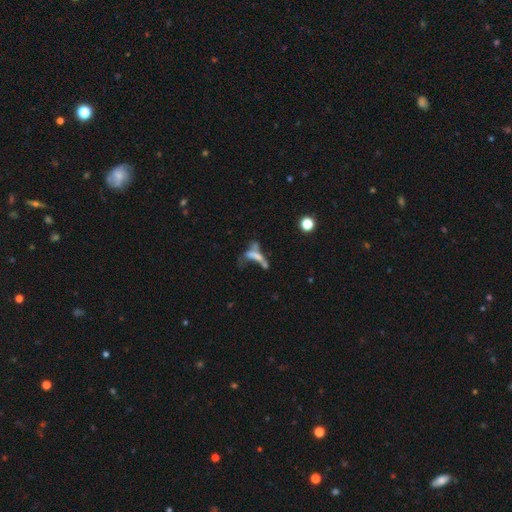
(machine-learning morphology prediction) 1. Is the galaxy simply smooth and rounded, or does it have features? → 43% smooth, 40% featured or disk, 17% star or artifact.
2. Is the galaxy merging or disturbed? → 36% merger, 32% major disturbance, 20% none, 11% minor disturbance.